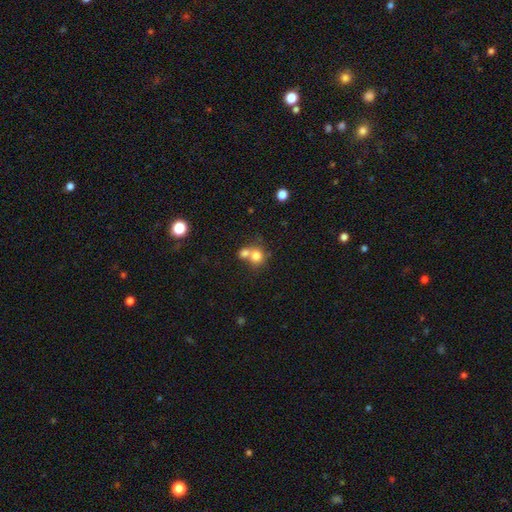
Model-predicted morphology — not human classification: Q: Smooth or featured?
A: smooth (77%); runner-up: featured or disk (12%)
Q: How rounded?
A: round (80%); runner-up: in between (19%)
Q: Merging?
A: merger (54%); runner-up: none (35%)